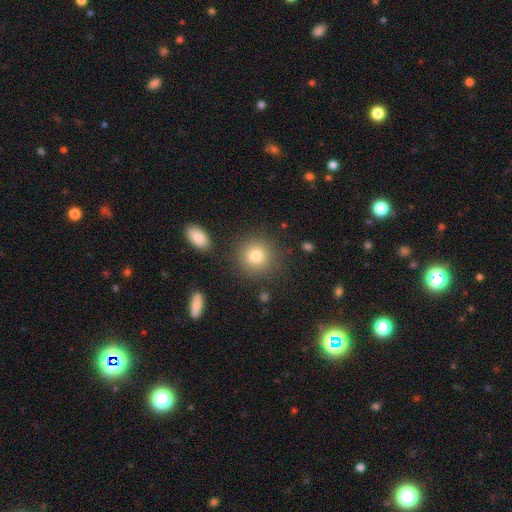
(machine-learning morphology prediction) Overall: smooth (80%). How rounded: round (92%). Merging: none (87%).